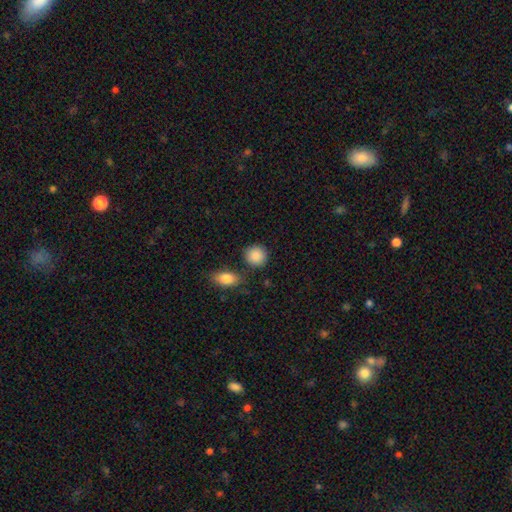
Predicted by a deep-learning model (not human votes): A smooth galaxy with no disk features (89%) that is round (85%).

Vote fractions:
- Smooth or featured? smooth: 89% / star or artifact: 7% / featured or disk: 4%
- How rounded? round: 85% / in between: 13% / cigar-shaped: 1%
- Merging? none: 82% / minor disturbance: 10% / merger: 5% / major disturbance: 3%